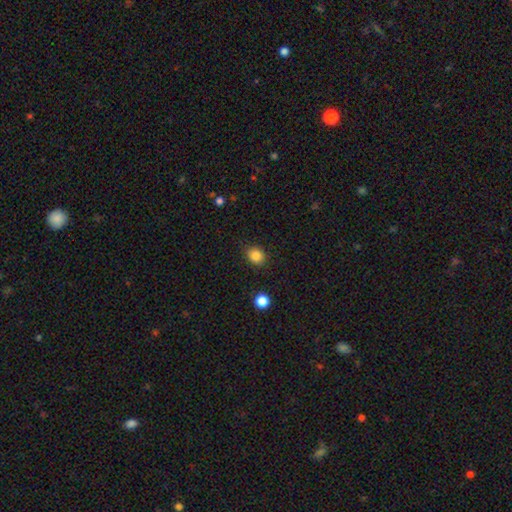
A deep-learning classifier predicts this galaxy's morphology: A smooth galaxy with no disk features (85%) that is round (65%). Merging: none (84%).